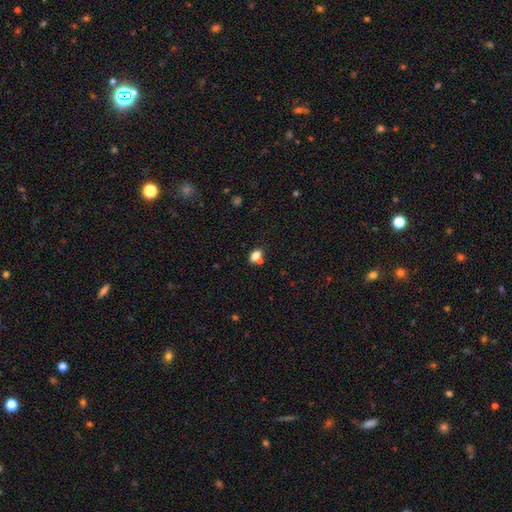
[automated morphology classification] Smooth or featured? Predicted: smooth (p=0.75). How rounded? Predicted: in between (p=0.77). Merging? Predicted: none (p=0.51).